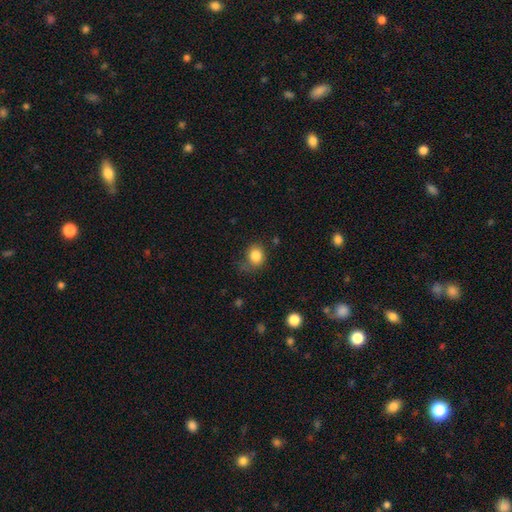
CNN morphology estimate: This appears to be a smooth galaxy with no disk features (83%) that is round (69%). Merging: none (60%).